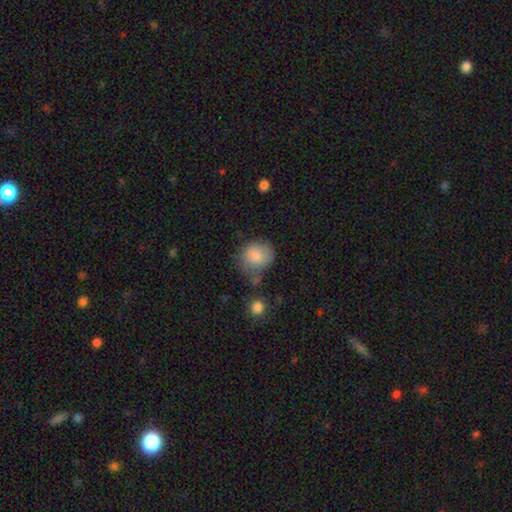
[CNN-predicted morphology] Smooth or featured? Predicted: smooth (p=0.83). How rounded? Predicted: round (p=0.78). Merging? Predicted: none (p=0.52).